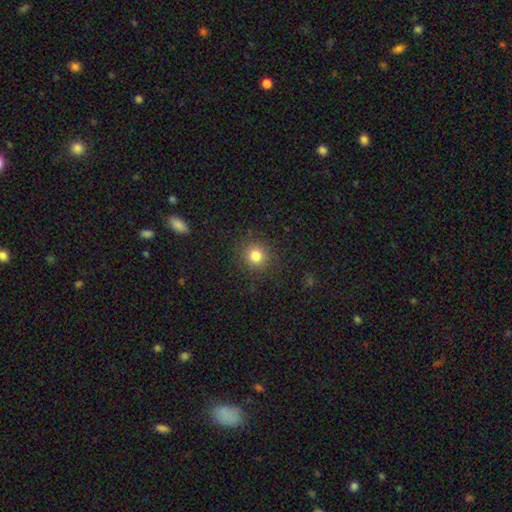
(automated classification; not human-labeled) Smooth or featured: smooth — 81% (star or artifact — 12%)
How rounded: round — 91% (in between — 8%)
Merging: none — 89% (minor disturbance — 7%)